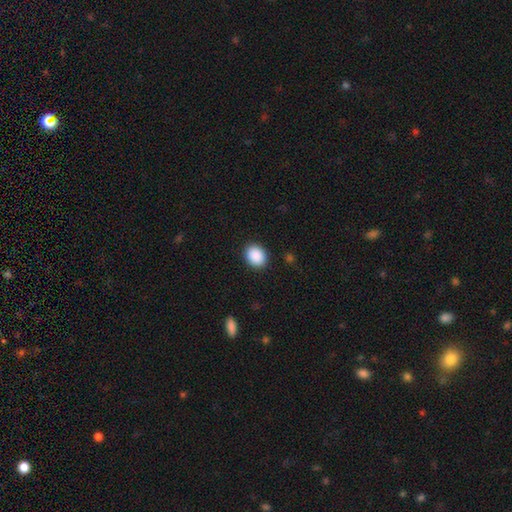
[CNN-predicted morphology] This appears to be a smooth galaxy with no disk features (90%) that is in between round and cigar-shaped (51%). Merging: none (90%).